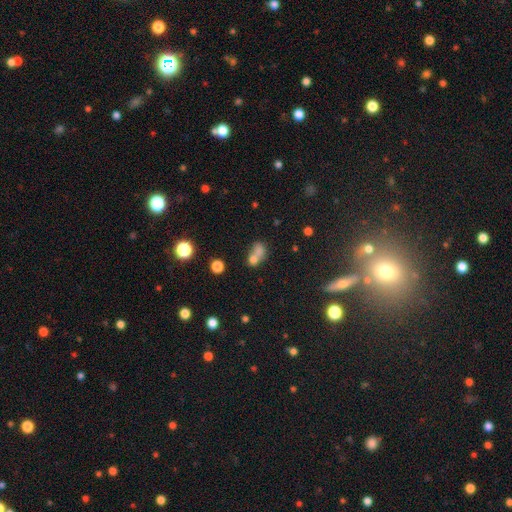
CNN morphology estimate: Smooth or featured? Predicted: smooth (p=0.71). How rounded? Predicted: round (p=0.49, tied with in between). Merging? Predicted: merger (p=0.64).